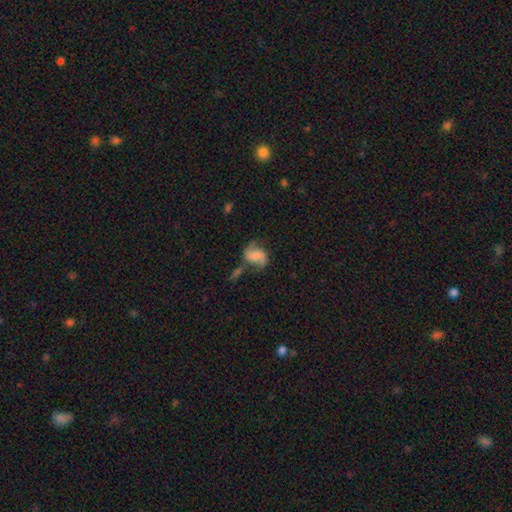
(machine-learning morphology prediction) Smooth or featured?
  - featured or disk: 65% *
  - smooth: 27%
  - star or artifact: 9%
Edge-on disk?
  - no: 97% *
  - yes: 3%
Bar?
  - no: 45% *
  - weak: 41%
  - strong: 14%
Spiral arms?
  - yes: 91% *
  - no: 9%
Spiral winding?
  - loose: 52% *
  - medium: 37%
  - tight: 11%
Spiral arm count?
  - 2: 88% *
  - can't tell: 4%
  - 1: 4%
  - 3: 1%
  - 4: 1%
  - more than 4: 1%
Bulge size?
  - small: 35% *
  - moderate: 31%
  - none: 23%
  - large: 9%
  - dominant: 2%
Merging?
  - none: 50% *
  - minor disturbance: 19%
  - merger: 17%
  - major disturbance: 13%